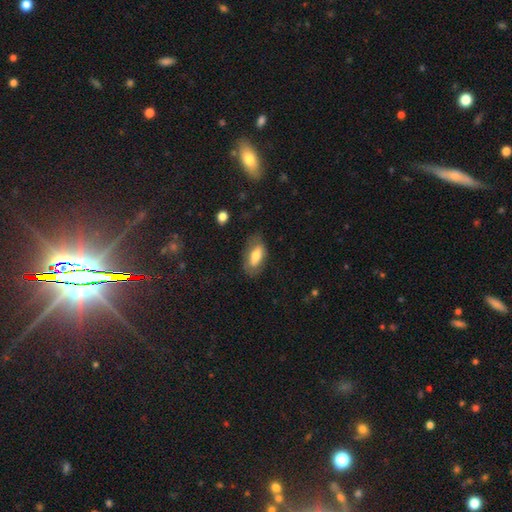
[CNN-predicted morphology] smooth 66%, featured or disk 27%, star or artifact 7%. Down the decision tree: how rounded — in between (84%); merging — none (69%).